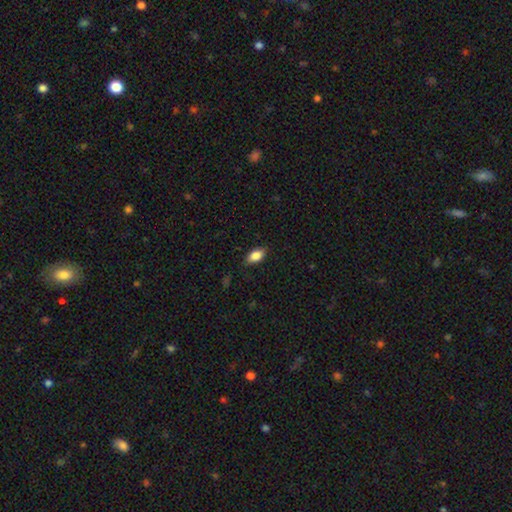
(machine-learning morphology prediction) smooth_or_featured: smooth (p=0.84) [alt: featured or disk p=0.08]
how_rounded: in between (p=0.89) [alt: round p=0.06]
merging: none (p=0.82) [alt: minor disturbance p=0.14]